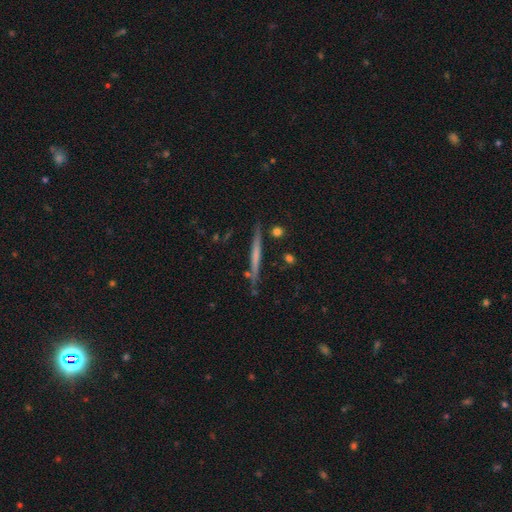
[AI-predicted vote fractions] smooth_or_featured: featured or disk (p=0.52) [alt: smooth p=0.41]
disk_edge_on: yes (p=0.96) [alt: no p=0.04]
edge_on_bulge: none (p=0.78) [alt: rounded p=0.15]
merging: none (p=0.84) [alt: minor disturbance p=0.10]